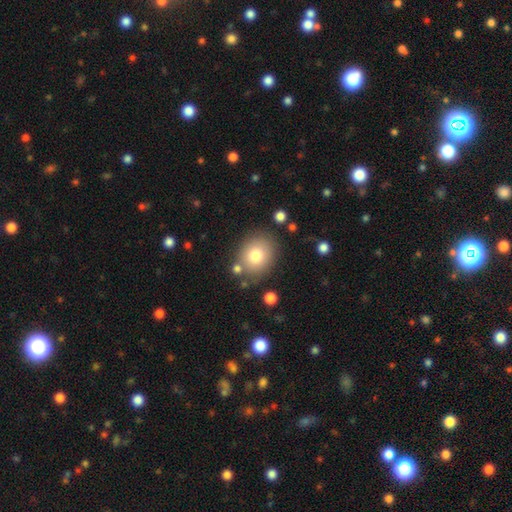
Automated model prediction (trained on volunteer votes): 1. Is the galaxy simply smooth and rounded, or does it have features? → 78% smooth, 12% featured or disk, 10% star or artifact.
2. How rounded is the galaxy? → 58% round, 41% in between, 1% cigar-shaped.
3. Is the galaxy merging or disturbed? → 78% none, 12% minor disturbance, 6% merger, 4% major disturbance.